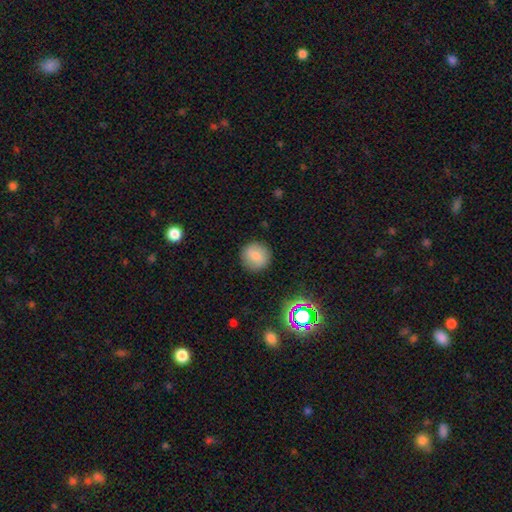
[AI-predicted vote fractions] The model was most divided on "smooth or featured": smooth: 79%, star or artifact: 12%, featured or disk: 9%. More confident: how rounded — round (92%); merging — none (89%).